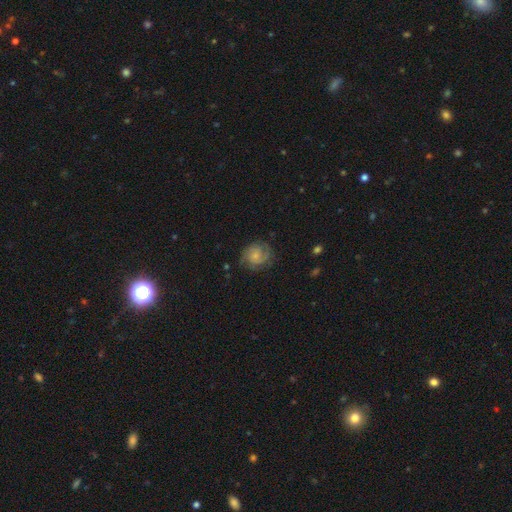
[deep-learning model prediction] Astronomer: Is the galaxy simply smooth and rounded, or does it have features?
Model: featured or disk — 72%.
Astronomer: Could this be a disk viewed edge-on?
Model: no — 98%.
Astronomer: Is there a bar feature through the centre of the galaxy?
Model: no — 70%.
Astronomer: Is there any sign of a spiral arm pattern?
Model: yes — 95%.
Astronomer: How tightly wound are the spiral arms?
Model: tight — 50% (runner-up: medium, 39%).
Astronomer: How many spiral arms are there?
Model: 2 — 67%.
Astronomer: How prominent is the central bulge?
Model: small — 58%.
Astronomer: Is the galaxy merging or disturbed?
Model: none — 74%.